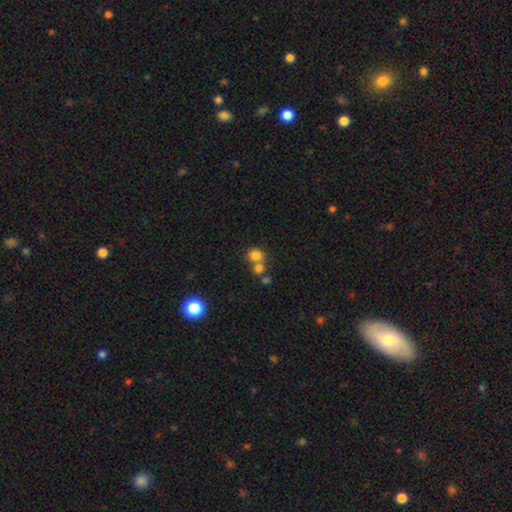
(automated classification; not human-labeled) Morphology: type=smooth (78%); roundness=round (74%); merging=none (46%).